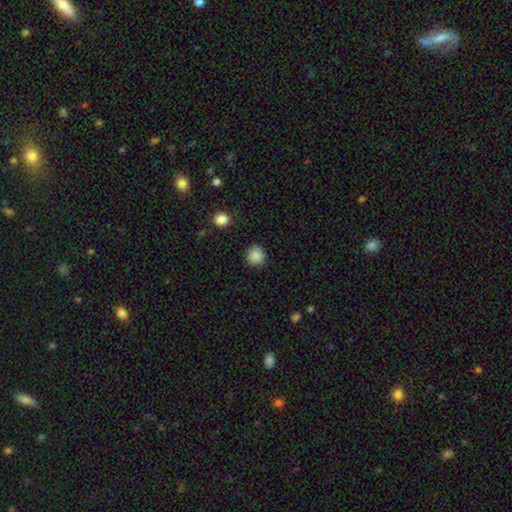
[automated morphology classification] Smooth or featured? smooth (87%)
How rounded? round (92%)
Merging? none (89%)